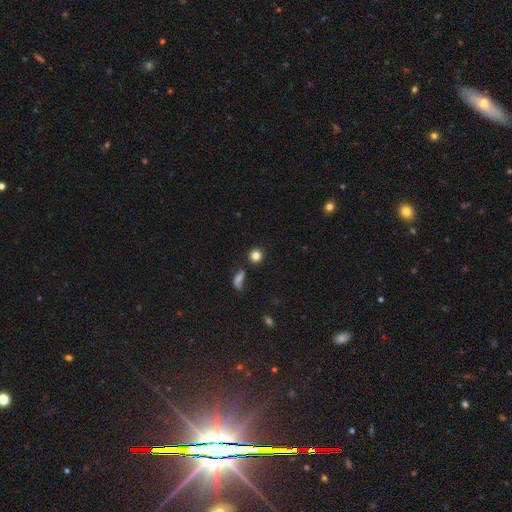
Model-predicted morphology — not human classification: The model was most divided on "smooth or featured": smooth: 83%, star or artifact: 12%, featured or disk: 6%. More confident: how rounded — round (90%); merging — none (81%).